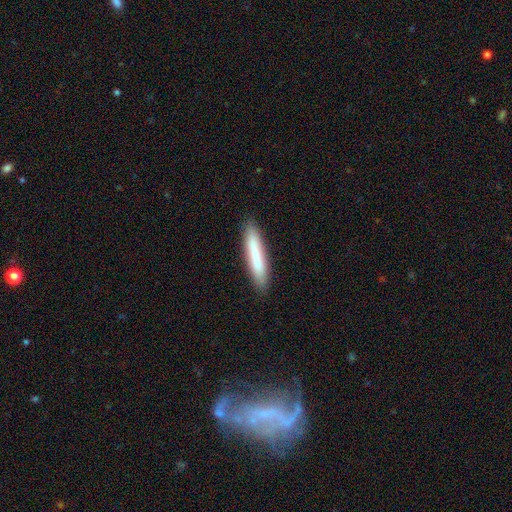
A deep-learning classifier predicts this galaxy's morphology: Q: Smooth or featured?
A: smooth (75%); runner-up: featured or disk (18%)
Q: How rounded?
A: cigar-shaped (89%); runner-up: in between (10%)
Q: Merging?
A: none (88%); runner-up: minor disturbance (9%)